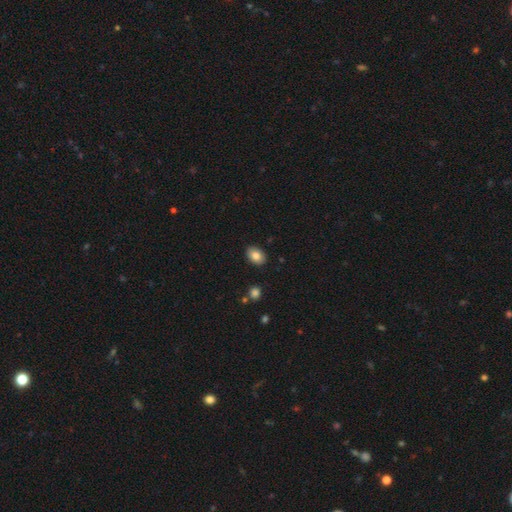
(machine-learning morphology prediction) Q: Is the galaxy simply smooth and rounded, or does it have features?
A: smooth — 83%.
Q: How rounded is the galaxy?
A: in between — 81%.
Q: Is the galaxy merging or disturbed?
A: none — 88%.